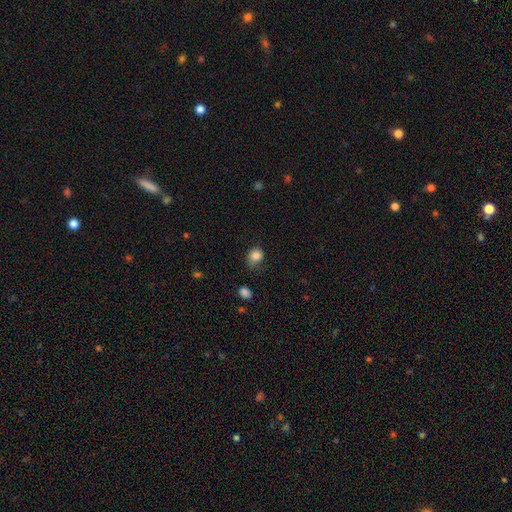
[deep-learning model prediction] Overall: smooth (84%). How rounded: round (60%; in between 39%). Merging: none (57%; minor disturbance 31%).